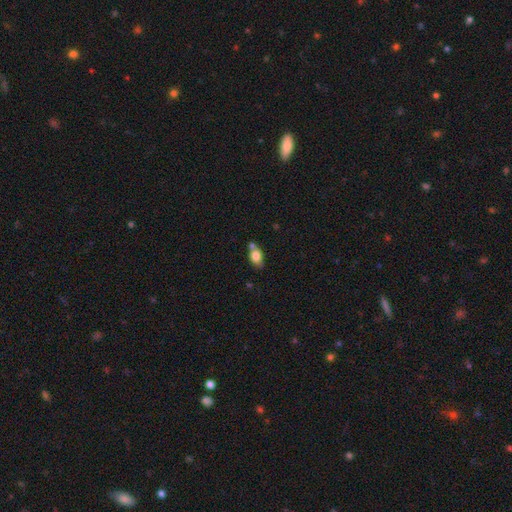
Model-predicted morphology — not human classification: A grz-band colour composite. It shows a smooth galaxy with no disk features (78%) that is in between round and cigar-shaped (76%). Merging: none (52%).